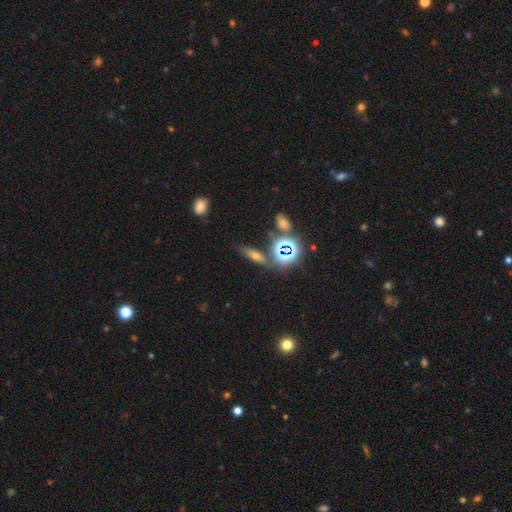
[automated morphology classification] Smooth or featured? smooth (45%)
Merging? none (75%)